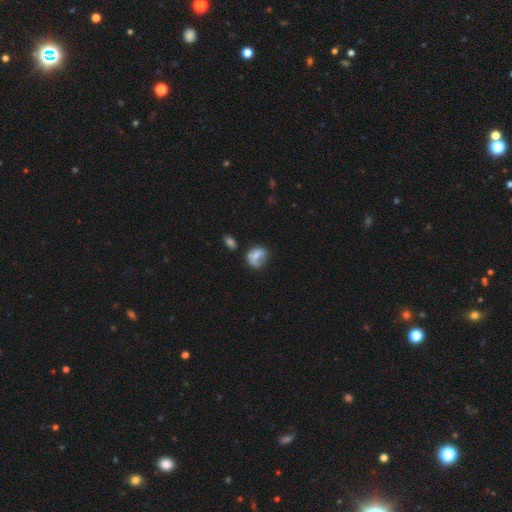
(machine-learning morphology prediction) This appears to be a smooth galaxy with no disk features (60%) that is round (50%). Merging: none (36%).